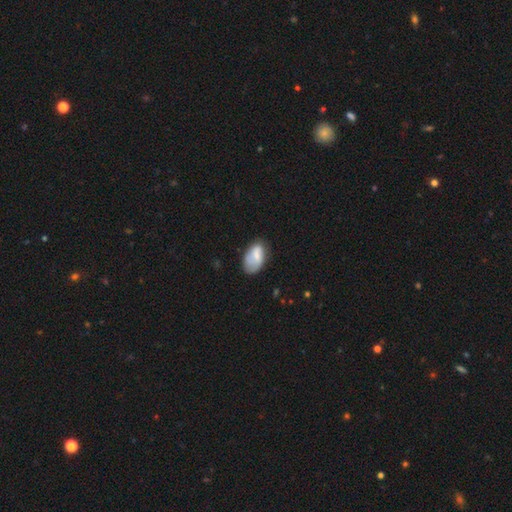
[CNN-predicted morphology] A smooth galaxy with no disk features (73%) that is in between round and cigar-shaped (93%).

Vote fractions:
- Smooth or featured? smooth: 73% / featured or disk: 20% / star or artifact: 7%
- How rounded? in between: 93% / round: 5% / cigar-shaped: 2%
- Merging? none: 56% / minor disturbance: 31% / major disturbance: 10% / merger: 3%